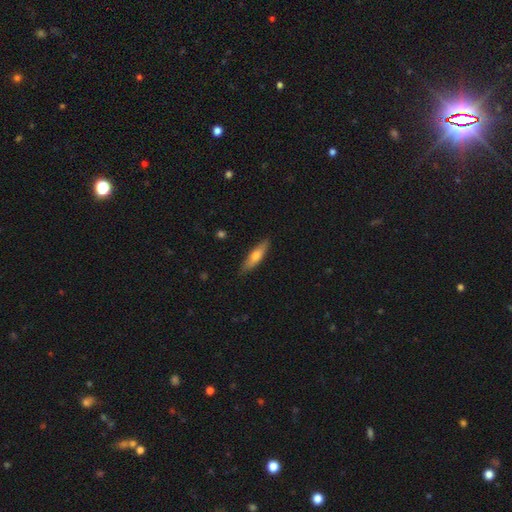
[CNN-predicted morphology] Q: Smooth or featured?
A: smooth (62%); runner-up: featured or disk (32%)
Q: How rounded?
A: cigar-shaped (69%); runner-up: in between (29%)
Q: Merging?
A: none (87%); runner-up: minor disturbance (10%)